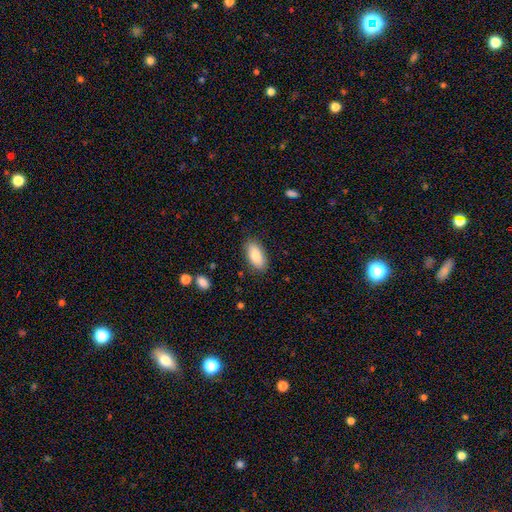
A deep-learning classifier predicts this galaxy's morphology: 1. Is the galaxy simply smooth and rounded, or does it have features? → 85% smooth, 8% featured or disk, 7% star or artifact.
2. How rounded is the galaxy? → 89% in between, 9% cigar-shaped, 2% round.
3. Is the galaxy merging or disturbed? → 85% none, 11% minor disturbance, 3% major disturbance, 1% merger.